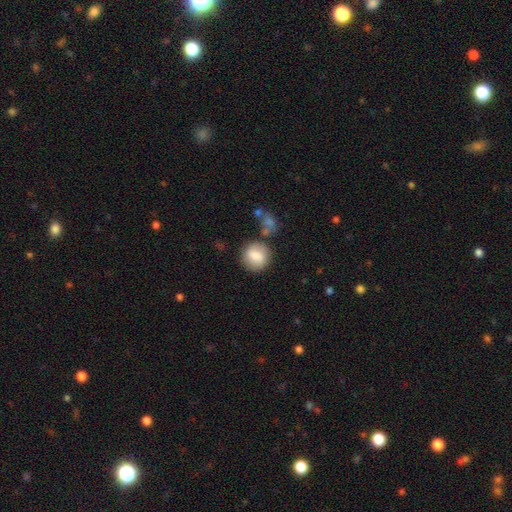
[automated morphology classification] A smooth galaxy with no disk features (77%) that is round (84%).

Vote fractions:
- Smooth or featured? smooth: 77% / featured or disk: 16% / star or artifact: 7%
- How rounded? round: 84% / in between: 15% / cigar-shaped: 1%
- Merging? none: 73% / minor disturbance: 15% / merger: 8% / major disturbance: 5%